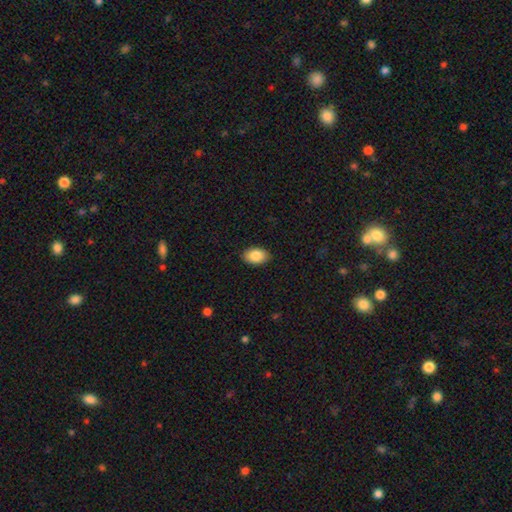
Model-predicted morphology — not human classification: type=smooth (85%); roundness=in between (89%); merging=none (89%).